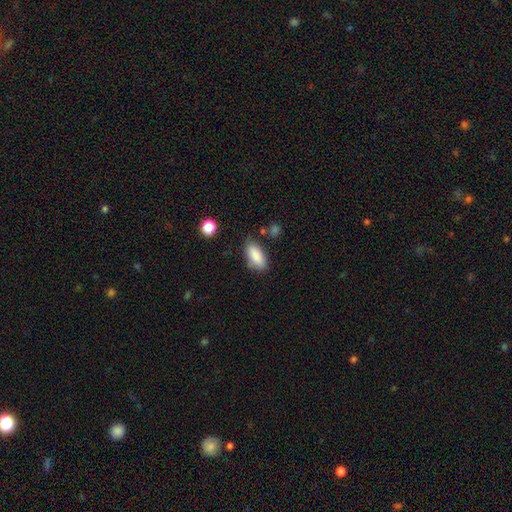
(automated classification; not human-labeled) This appears to be a smooth galaxy with no disk features (87%) that is in between round and cigar-shaped (85%). Merging: none (75%).